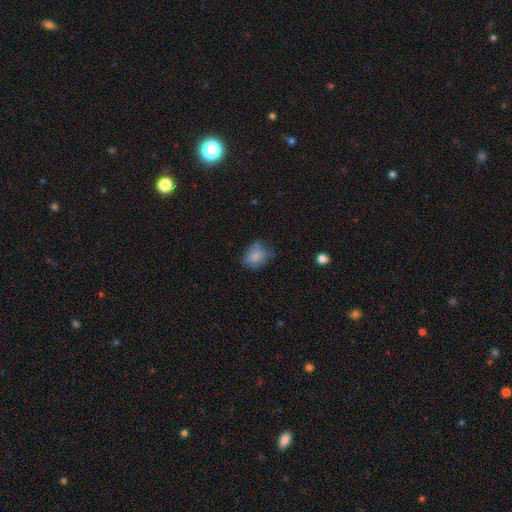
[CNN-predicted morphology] smooth 75%, featured or disk 15%, star or artifact 10%. Down the decision tree: how rounded — in between (66%); merging — none (51%).